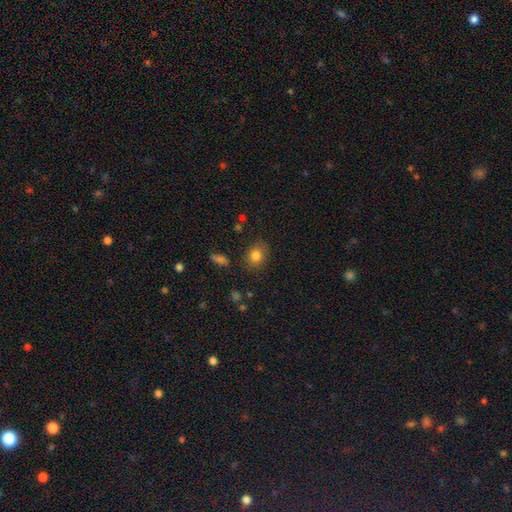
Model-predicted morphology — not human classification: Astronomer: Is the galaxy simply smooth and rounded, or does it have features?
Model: smooth — 81%.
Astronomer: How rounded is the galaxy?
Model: round — 52% (runner-up: in between, 47%).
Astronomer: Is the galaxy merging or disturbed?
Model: none — 82%.